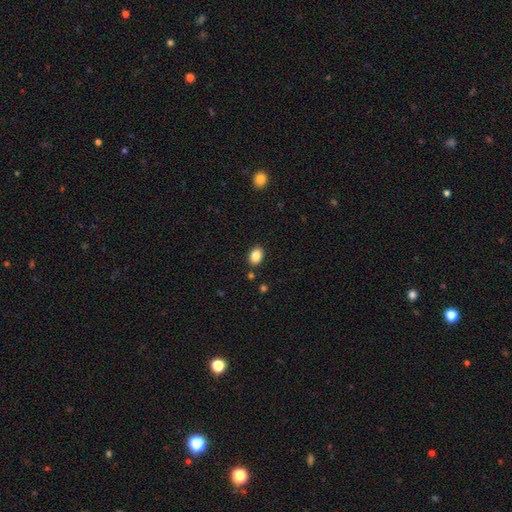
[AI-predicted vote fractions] Q: Smooth or featured?
A: smooth (87%); runner-up: star or artifact (9%)
Q: How rounded?
A: in between (75%); runner-up: round (24%)
Q: Merging?
A: none (86%); runner-up: minor disturbance (9%)